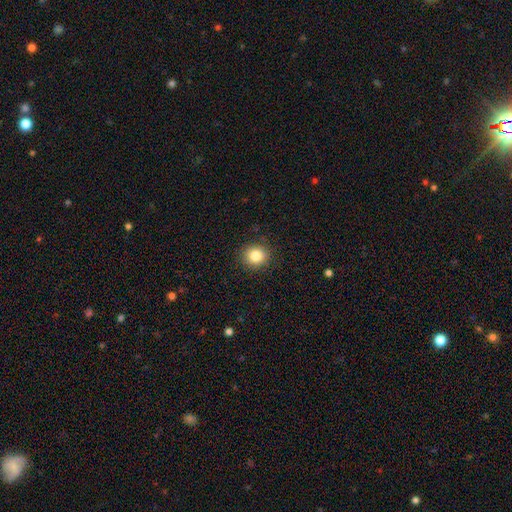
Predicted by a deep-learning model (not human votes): smooth-or-featured: smooth: 84% | star or artifact: 10% | featured or disk: 6%
  how-rounded: round: 84% | in between: 15% | cigar-shaped: 1%
  merging: none: 90% | minor disturbance: 7% | major disturbance: 2% | merger: 1%